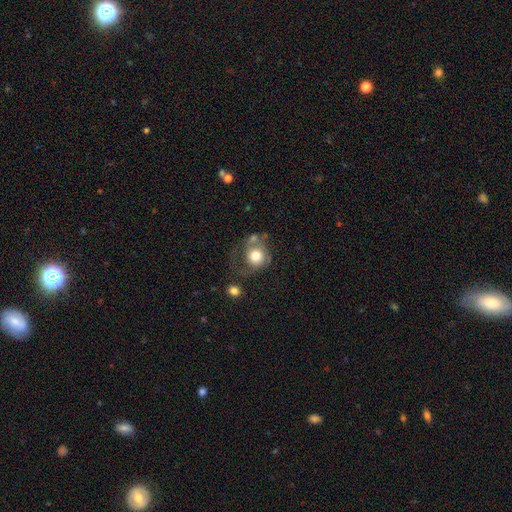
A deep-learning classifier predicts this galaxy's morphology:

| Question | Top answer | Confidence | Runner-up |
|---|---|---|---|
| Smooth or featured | smooth | 66% | featured or disk (26%) |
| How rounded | round | 79% | in between (20%) |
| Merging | none | 34% | major disturbance (30%) |